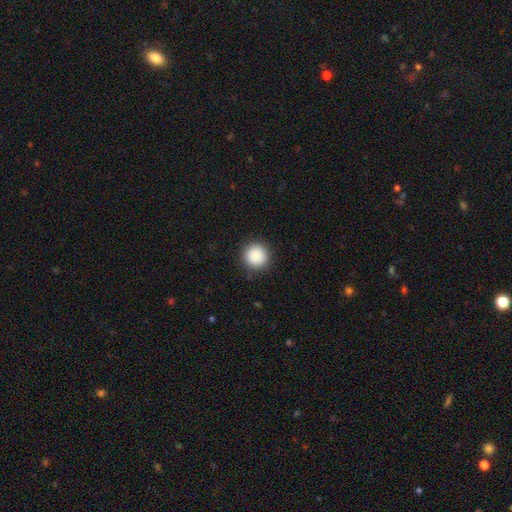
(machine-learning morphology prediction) This appears to be a smooth galaxy with no disk features (88%) that is round (95%). Merging: none (91%).